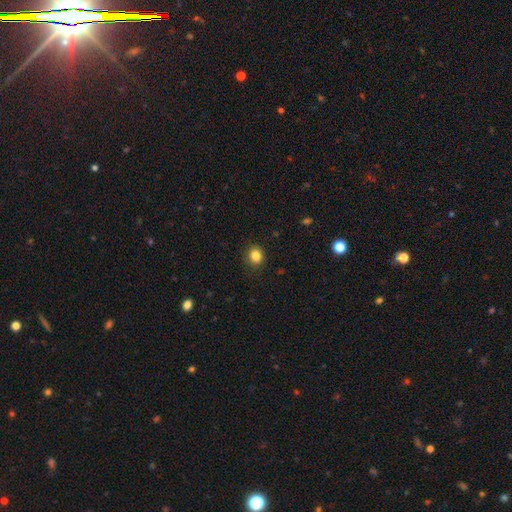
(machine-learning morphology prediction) Overall: smooth (85%). How rounded: round (75%). Merging: none (89%).